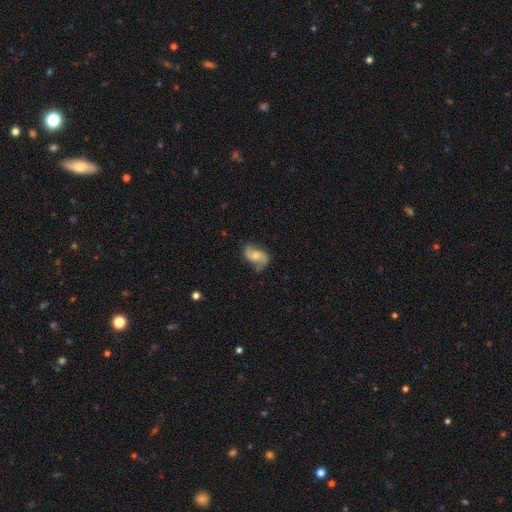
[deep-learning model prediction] Morphology: type=featured or disk (67%); edge-on=no (96%); bar=no (64%); spiral arms=yes (92%); winding=loose (60%); arm count=2 (90%); bulge=moderate (46%); merging=none (69%).